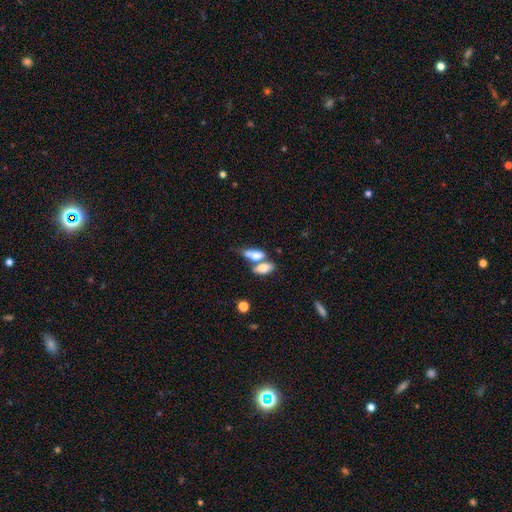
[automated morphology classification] smooth_or_featured: smooth (p=0.71) [alt: featured or disk p=0.22]
how_rounded: in between (p=0.78) [alt: cigar-shaped p=0.16]
merging: merger (p=0.59) [alt: none p=0.26]